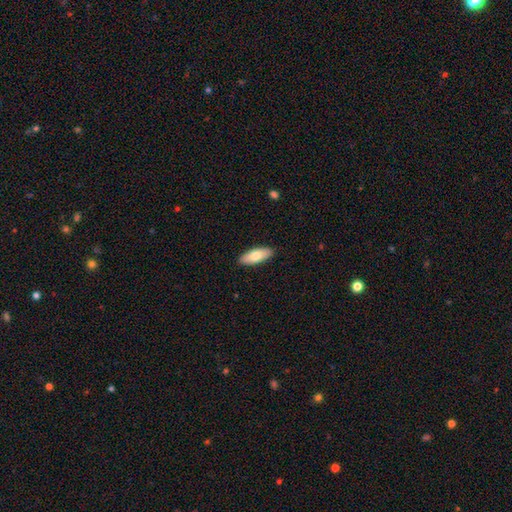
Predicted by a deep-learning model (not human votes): This is likely a smooth galaxy (75%). How rounded: likely in between (77%). Merging: clearly none (90%).